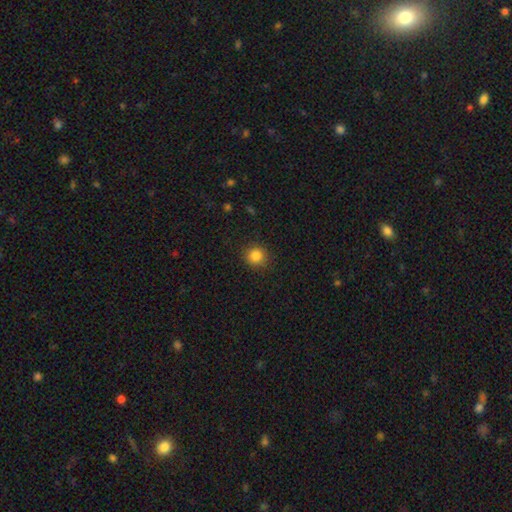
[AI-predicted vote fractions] Smooth or featured?
  - smooth: 84% *
  - star or artifact: 11%
  - featured or disk: 4%
How rounded?
  - round: 91% *
  - in between: 8%
  - cigar-shaped: 1%
Merging?
  - none: 90% *
  - minor disturbance: 7%
  - major disturbance: 2%
  - merger: 1%